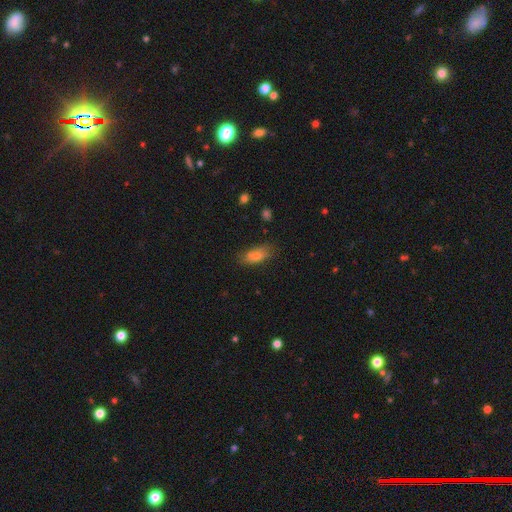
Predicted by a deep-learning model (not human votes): smooth-or-featured: smooth: 75% | featured or disk: 15% | star or artifact: 9%
  how-rounded: in between: 78% | cigar-shaped: 18% | round: 4%
  merging: none: 75% | minor disturbance: 18% | major disturbance: 4% | merger: 3%